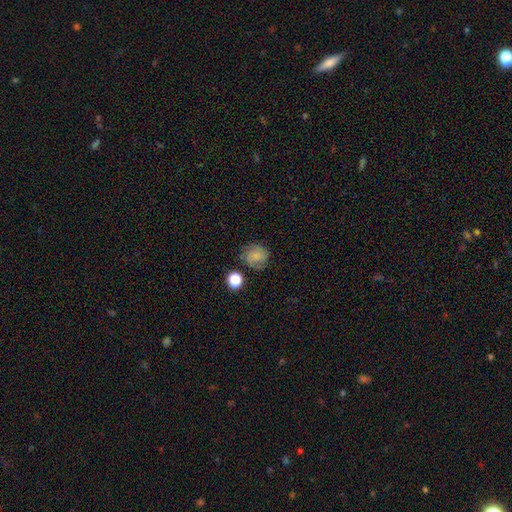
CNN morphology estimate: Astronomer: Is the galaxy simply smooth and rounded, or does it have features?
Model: smooth — 67%.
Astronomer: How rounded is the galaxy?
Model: round — 78%.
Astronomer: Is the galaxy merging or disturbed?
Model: none — 66%.